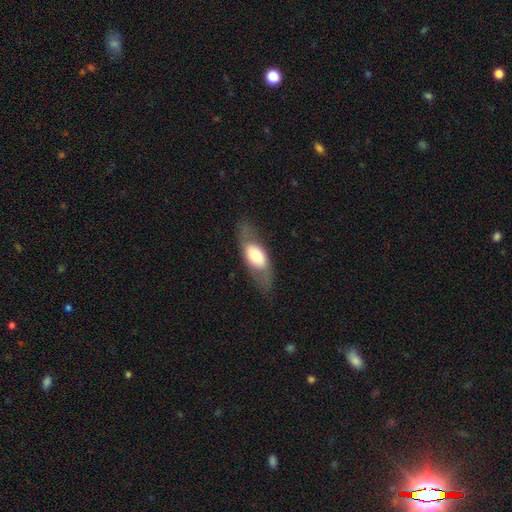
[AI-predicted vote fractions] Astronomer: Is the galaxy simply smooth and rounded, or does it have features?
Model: smooth — 49% (runner-up: featured or disk, 45%).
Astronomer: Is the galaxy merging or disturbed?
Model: none — 74%.